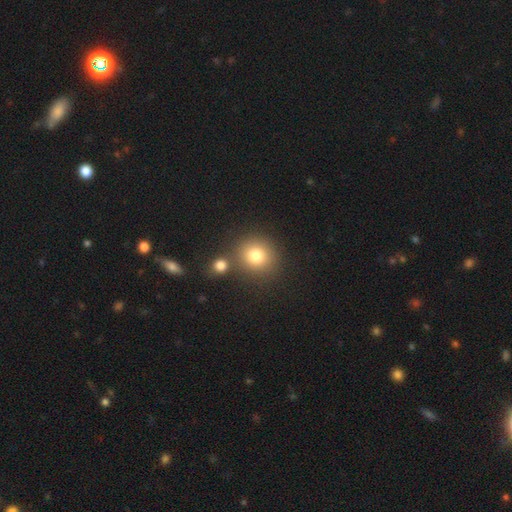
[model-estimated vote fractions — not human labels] Smooth or featured?
  - smooth: 80% *
  - star or artifact: 12%
  - featured or disk: 8%
How rounded?
  - round: 87% *
  - in between: 12%
  - cigar-shaped: 1%
Merging?
  - none: 70% *
  - merger: 18%
  - minor disturbance: 9%
  - major disturbance: 4%